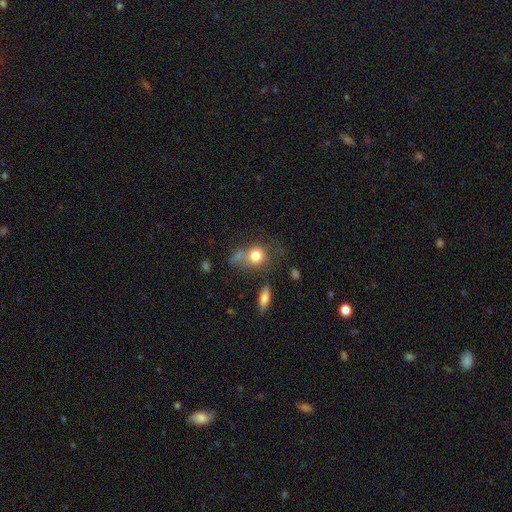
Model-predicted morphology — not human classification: Smooth or featured? smooth (78%)
How rounded? round (71%)
Merging? none (48%)